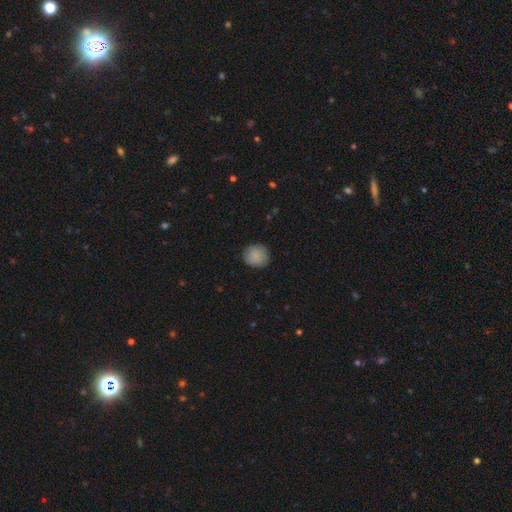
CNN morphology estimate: Smooth or featured? Predicted: smooth (p=0.88). How rounded? Predicted: round (p=0.87). Merging? Predicted: none (p=0.86).